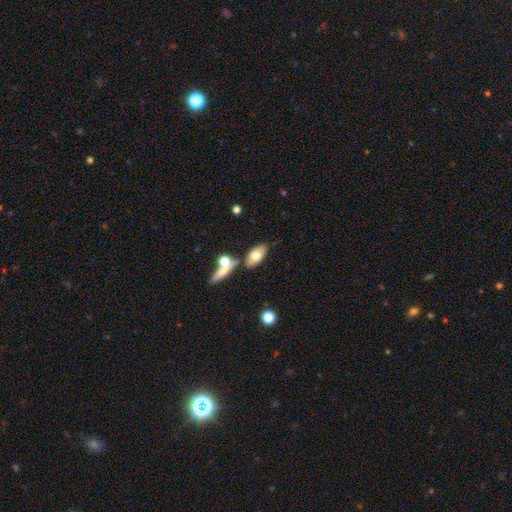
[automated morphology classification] Smooth or featured? smooth (71%)
How rounded? in between (89%)
Merging? none (67%)